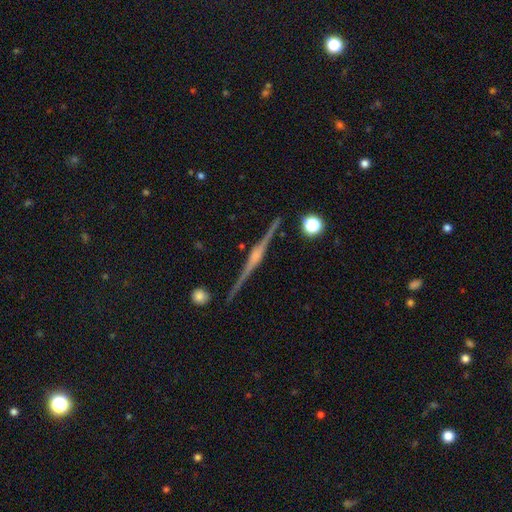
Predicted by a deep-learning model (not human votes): Smooth or featured? featured or disk (88%)
Edge-on disk? yes (98%)
Edge-on bulge? rounded (76%)
Merging? none (92%)